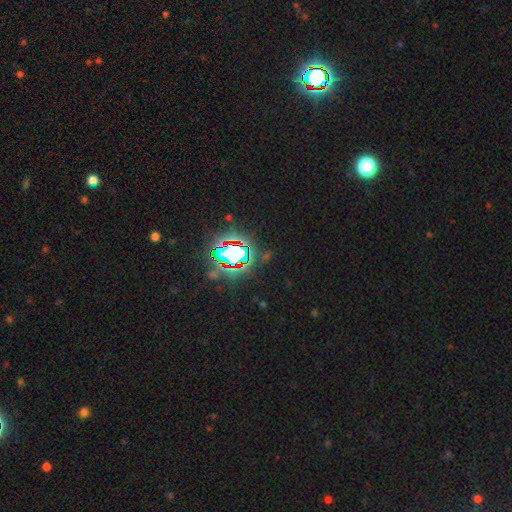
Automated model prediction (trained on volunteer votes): Smooth or featured?
  - star or artifact: 82% *
  - smooth: 11%
  - featured or disk: 8%